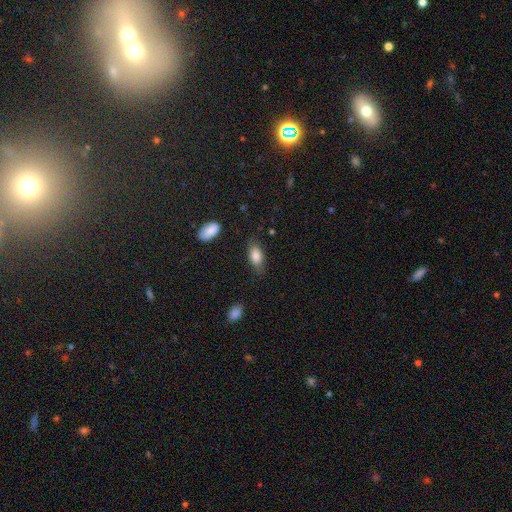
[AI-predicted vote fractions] Smooth or featured? Predicted: smooth (p=0.82). How rounded? Predicted: in between (p=0.86). Merging? Predicted: none (p=0.71).